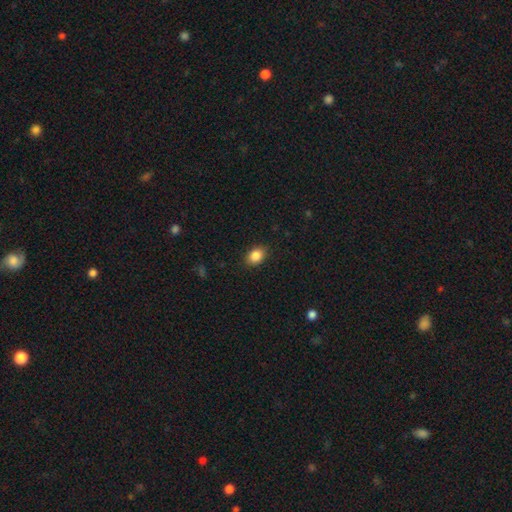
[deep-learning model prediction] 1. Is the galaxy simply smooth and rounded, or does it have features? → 86% smooth, 9% star or artifact, 5% featured or disk.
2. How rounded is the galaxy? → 68% in between, 31% round, 1% cigar-shaped.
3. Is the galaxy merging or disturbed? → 88% none, 9% minor disturbance, 2% major disturbance, 1% merger.